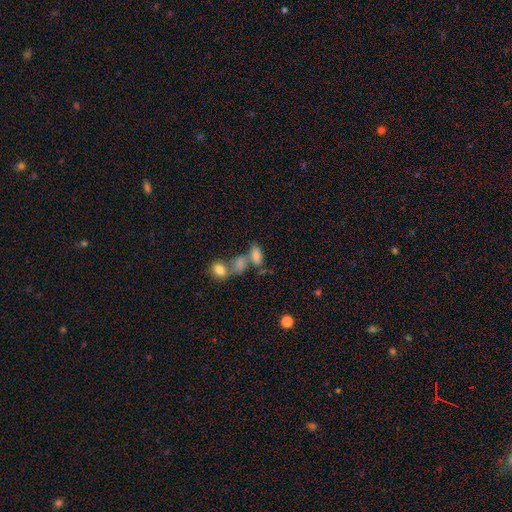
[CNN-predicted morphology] smooth 76%, featured or disk 12%, star or artifact 11%. Down the decision tree: how rounded — in between (86%); merging — merger (43%).